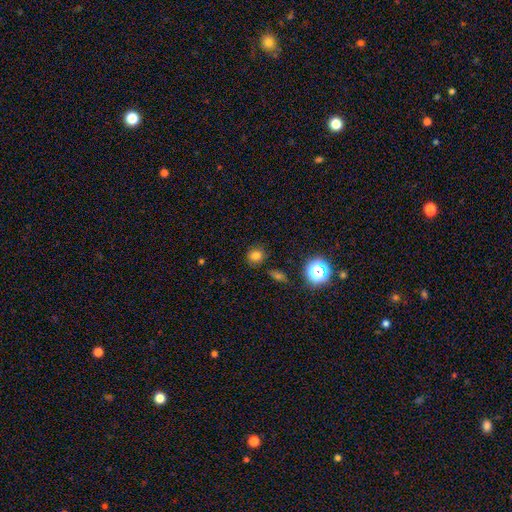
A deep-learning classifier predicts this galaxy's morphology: Q: Smooth or featured?
A: smooth (76%); runner-up: star or artifact (18%)
Q: How rounded?
A: round (78%); runner-up: in between (21%)
Q: Merging?
A: none (81%); runner-up: minor disturbance (12%)